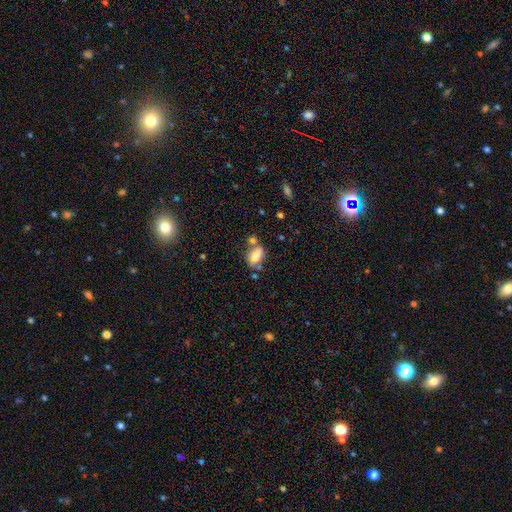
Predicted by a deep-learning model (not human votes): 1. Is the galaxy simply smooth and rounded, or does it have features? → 75% smooth, 15% featured or disk, 10% star or artifact.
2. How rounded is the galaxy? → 87% in between, 8% round, 6% cigar-shaped.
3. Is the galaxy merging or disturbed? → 44% none, 28% merger, 20% minor disturbance, 8% major disturbance.